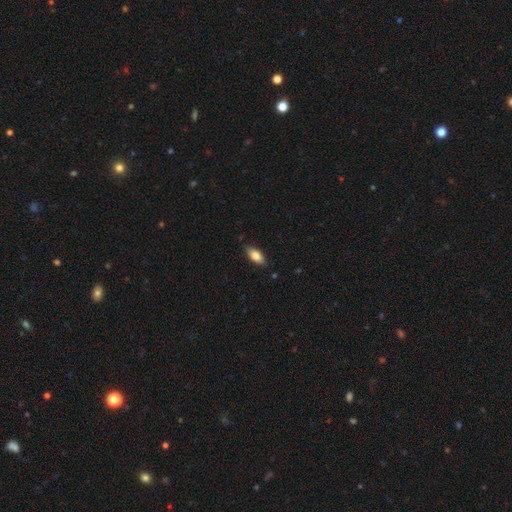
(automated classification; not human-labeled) A smooth galaxy with no disk features (80%) that is in between round and cigar-shaped (86%). Merging: none (85%).